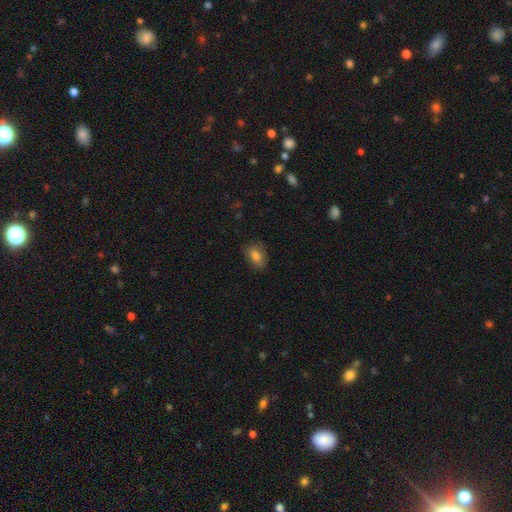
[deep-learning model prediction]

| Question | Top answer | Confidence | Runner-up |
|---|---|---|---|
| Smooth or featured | smooth | 80% | featured or disk (12%) |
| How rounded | in between | 84% | round (13%) |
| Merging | none | 80% | minor disturbance (15%) |